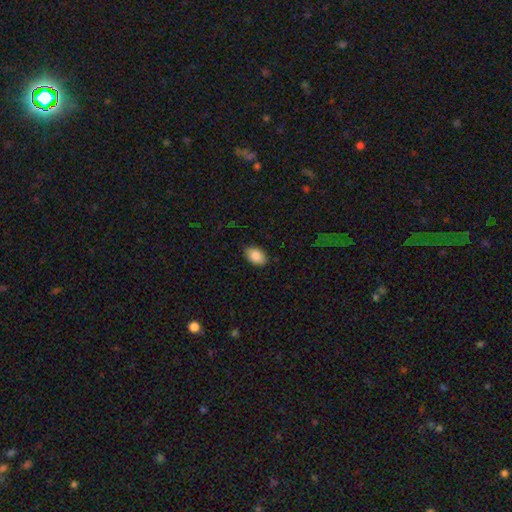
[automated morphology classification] Smooth or featured?
  - smooth: 87% *
  - star or artifact: 7%
  - featured or disk: 6%
How rounded?
  - in between: 88% *
  - round: 10%
  - cigar-shaped: 1%
Merging?
  - none: 85% *
  - minor disturbance: 12%
  - major disturbance: 2%
  - merger: 1%